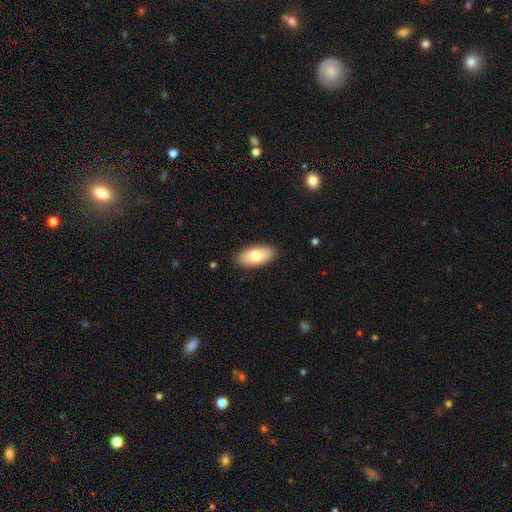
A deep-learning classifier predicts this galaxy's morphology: Smooth or featured? smooth (78%)
How rounded? in between (92%)
Merging? none (88%)